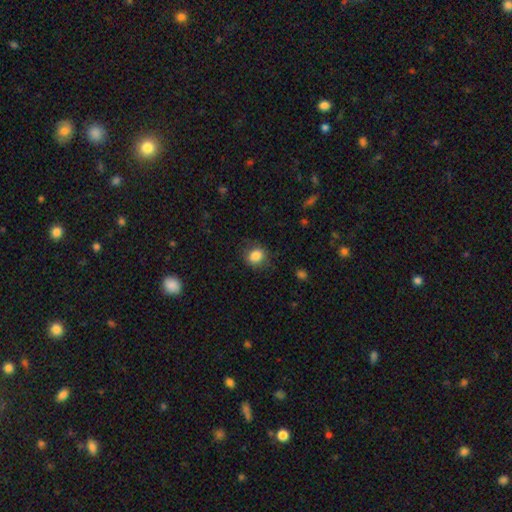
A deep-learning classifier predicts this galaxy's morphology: The model was most divided on "how rounded": round: 72%, in between: 27%, cigar-shaped: 1%. More confident: smooth or featured — smooth (85%); merging — none (78%).